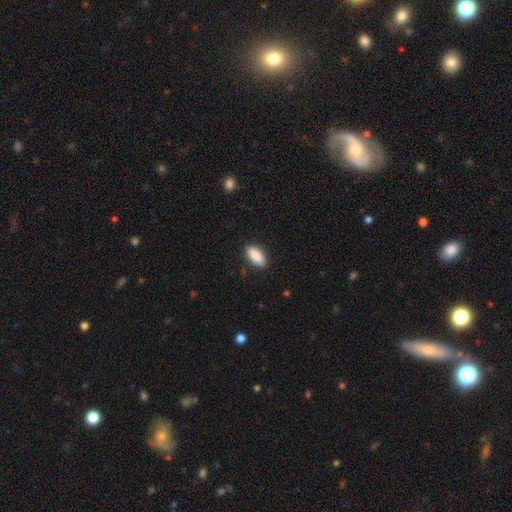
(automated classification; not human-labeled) Morphology: type=smooth (90%); roundness=in between (91%); merging=none (87%).